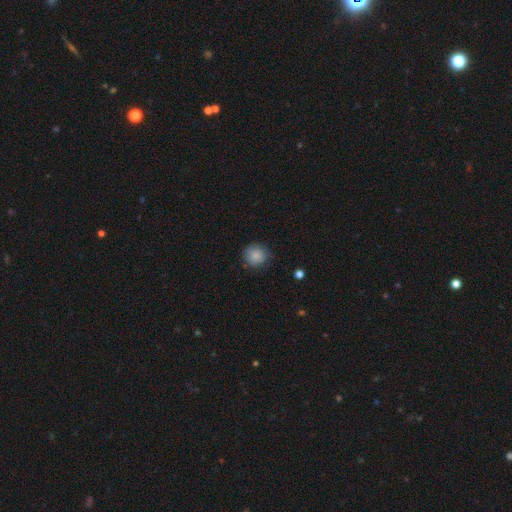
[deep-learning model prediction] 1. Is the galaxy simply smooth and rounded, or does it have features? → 86% smooth, 9% star or artifact, 6% featured or disk.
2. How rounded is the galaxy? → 90% round, 9% in between, 1% cigar-shaped.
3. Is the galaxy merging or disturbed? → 82% none, 13% minor disturbance, 3% major disturbance, 1% merger.